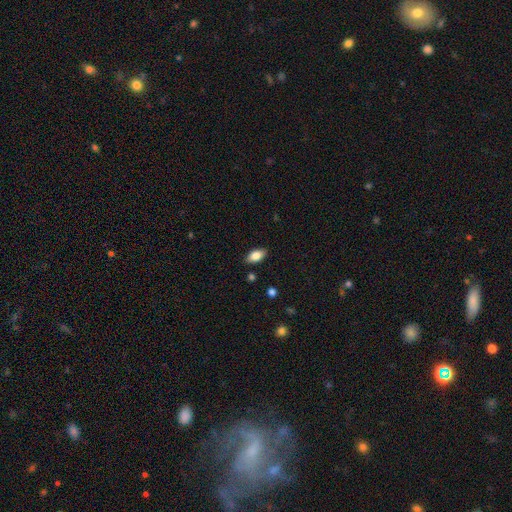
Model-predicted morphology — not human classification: A smooth galaxy with no disk features (83%) that is in between round and cigar-shaped (91%). Merging: none (86%).